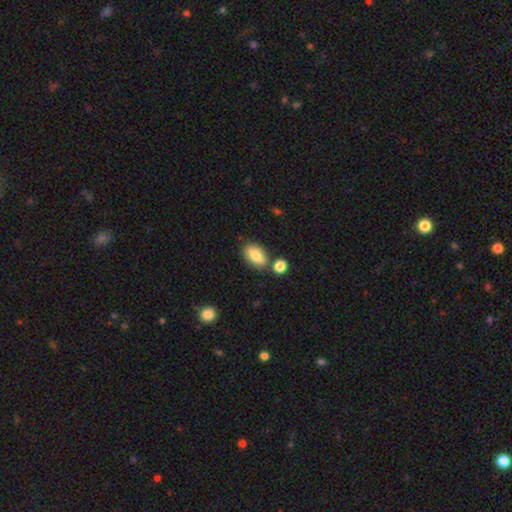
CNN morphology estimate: A smooth galaxy with no disk features (79%) that is in between round and cigar-shaped (88%). Merging: none (72%).